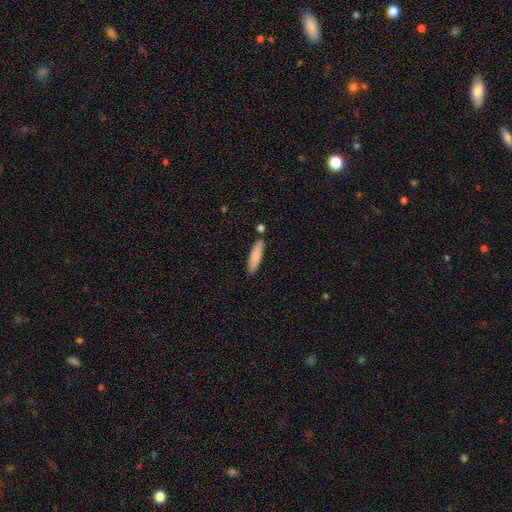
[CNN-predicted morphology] Smooth or featured: smooth — 84% (featured or disk — 10%)
How rounded: cigar-shaped — 72% (in between — 27%)
Merging: none — 80% (minor disturbance — 12%)